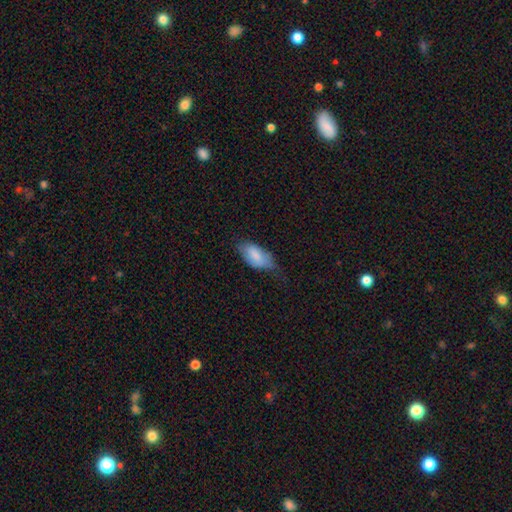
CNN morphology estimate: Q: Smooth or featured?
A: smooth (79%); runner-up: featured or disk (14%)
Q: How rounded?
A: in between (91%); runner-up: cigar-shaped (6%)
Q: Merging?
A: minor disturbance (42%); runner-up: none (39%)